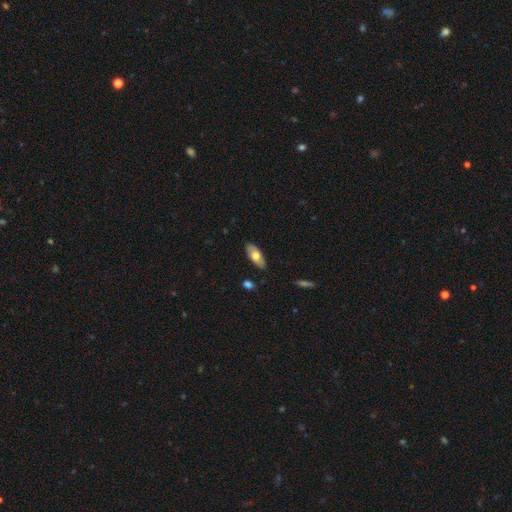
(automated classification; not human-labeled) Smooth or featured: smooth — 66% (featured or disk — 28%)
How rounded: in between — 86% (cigar-shaped — 12%)
Merging: none — 86% (minor disturbance — 11%)